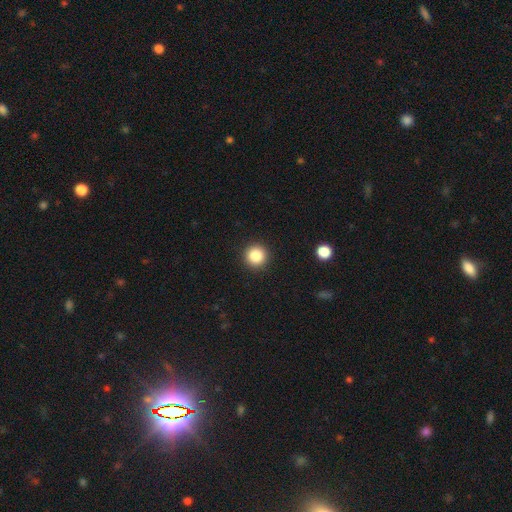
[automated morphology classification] Smooth or featured? smooth (85%)
How rounded? round (96%)
Merging? none (93%)